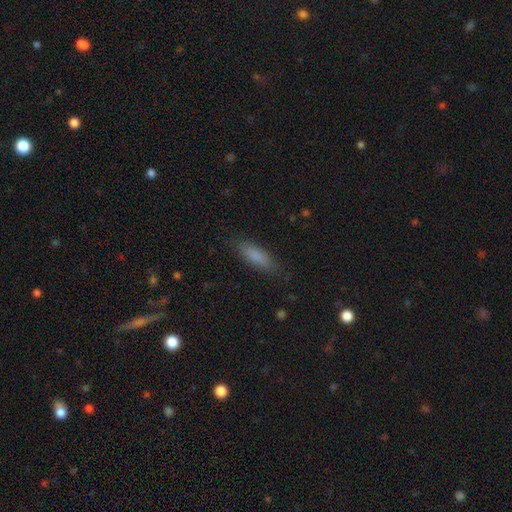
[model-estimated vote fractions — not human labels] A smooth galaxy with no disk features (83%) that is in between round and cigar-shaped (51%).

Vote fractions:
- Smooth or featured? smooth: 83% / featured or disk: 10% / star or artifact: 7%
- How rounded? in between: 51% / cigar-shaped: 47% / round: 2%
- Merging? none: 83% / minor disturbance: 12% / major disturbance: 3% / merger: 1%